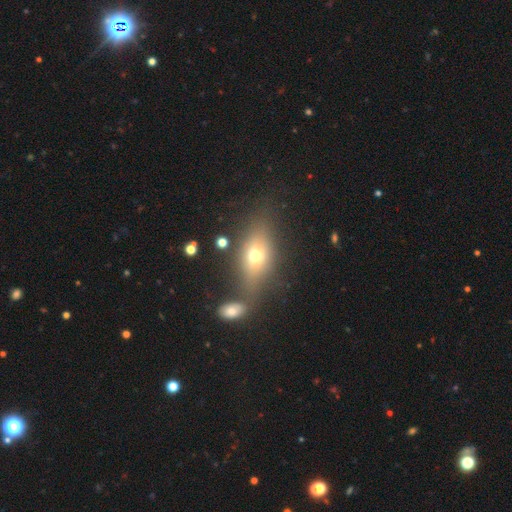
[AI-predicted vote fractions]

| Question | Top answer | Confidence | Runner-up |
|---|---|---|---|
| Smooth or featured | smooth | 61% | featured or disk (26%) |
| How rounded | in between | 74% | round (16%) |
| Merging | none | 60% | minor disturbance (16%) |